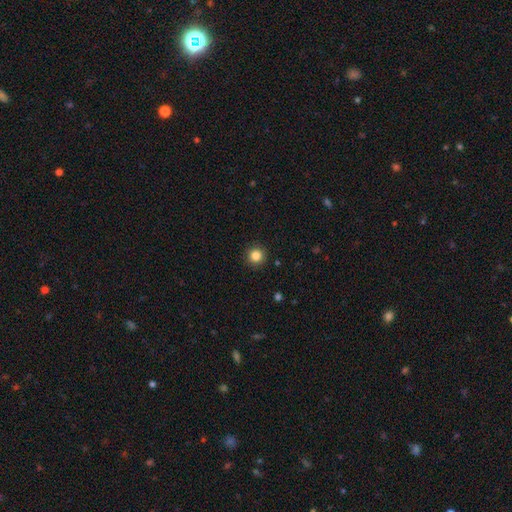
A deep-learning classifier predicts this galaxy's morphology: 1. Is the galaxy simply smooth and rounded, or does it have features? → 85% smooth, 11% star or artifact, 4% featured or disk.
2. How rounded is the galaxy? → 95% round, 4% in between, 1% cigar-shaped.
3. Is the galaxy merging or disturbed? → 92% none, 5% minor disturbance, 2% major disturbance, 1% merger.